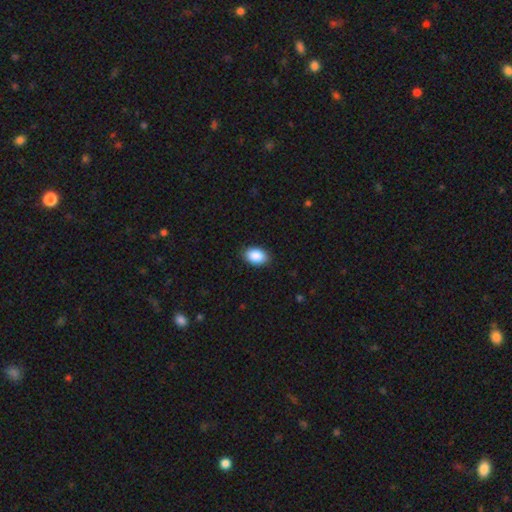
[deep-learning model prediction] Smooth or featured? smooth (90%)
How rounded? in between (87%)
Merging? none (89%)